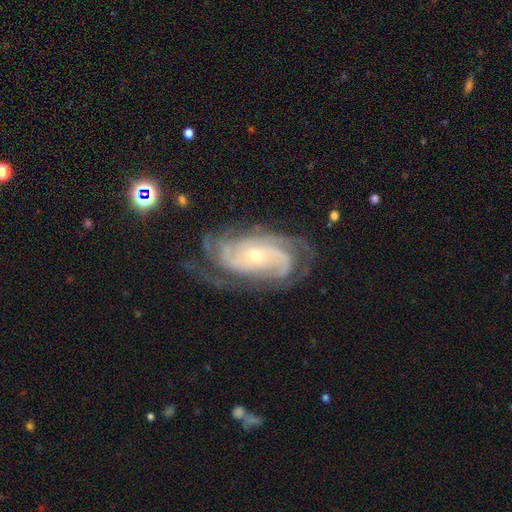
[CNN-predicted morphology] featured or disk 89%, star or artifact 6%, smooth 5%. Down the decision tree: edge-on disk — no (96%); bar — no (67%); spiral arms — yes (97%); spiral arm count — 3 (26%); spiral winding — tight (64%); bulge size — small (56%); merging — none (66%).